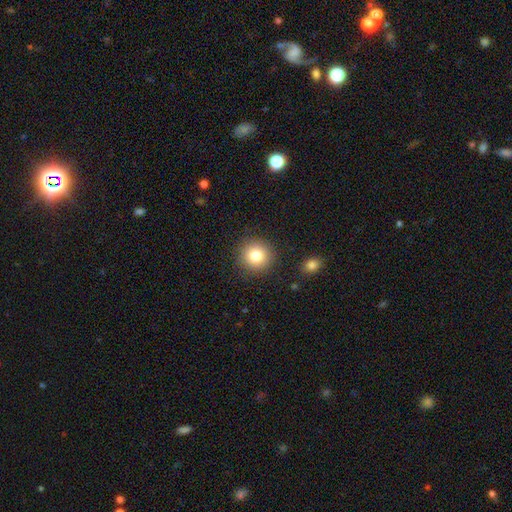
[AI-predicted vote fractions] smooth-or-featured: smooth: 81% | star or artifact: 11% | featured or disk: 8%
  how-rounded: round: 94% | in between: 5% | cigar-shaped: 1%
  merging: none: 89% | minor disturbance: 7% | major disturbance: 3% | merger: 2%